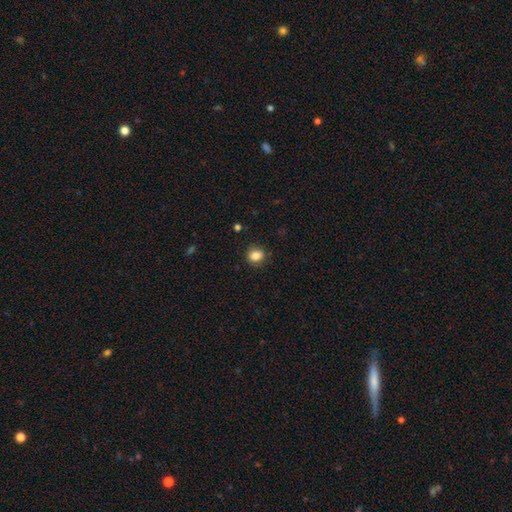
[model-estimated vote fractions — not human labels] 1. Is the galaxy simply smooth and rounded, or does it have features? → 84% smooth, 10% star or artifact, 6% featured or disk.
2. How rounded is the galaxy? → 60% round, 39% in between, 1% cigar-shaped.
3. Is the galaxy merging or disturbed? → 84% none, 12% minor disturbance, 3% major disturbance, 1% merger.